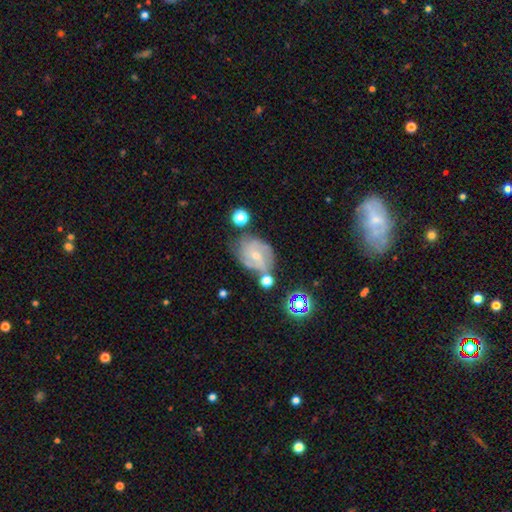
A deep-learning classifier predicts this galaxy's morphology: The model was most divided on "bar": no: 46%, weak: 43%, strong: 11%. Remaining: edge-on disk — no (97%); spiral arms — yes (91%); smooth or featured — featured or disk (73%); bulge size — small (66%); merging — none (58%); spiral winding — medium (44%); spiral arm count — 2 (37%).